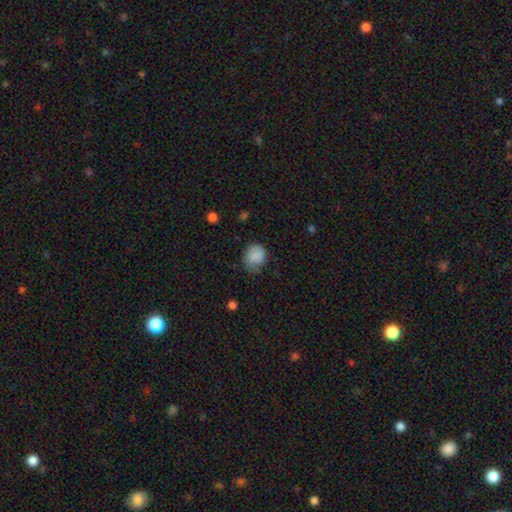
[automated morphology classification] Q: Smooth or featured?
A: smooth (85%); runner-up: star or artifact (9%)
Q: How rounded?
A: round (68%); runner-up: in between (31%)
Q: Merging?
A: none (59%); runner-up: minor disturbance (30%)